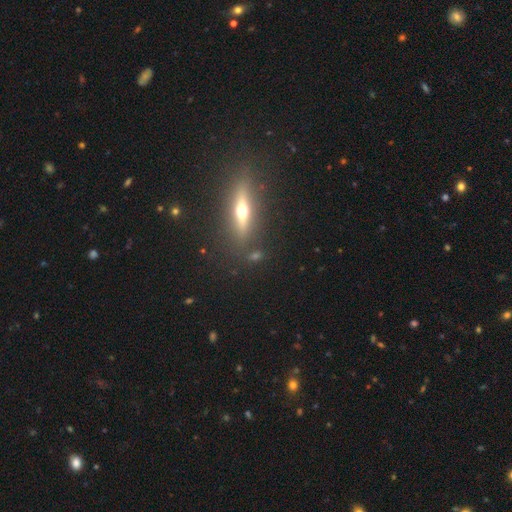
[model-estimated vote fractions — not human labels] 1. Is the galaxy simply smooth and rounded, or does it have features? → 57% featured or disk, 30% smooth, 13% star or artifact.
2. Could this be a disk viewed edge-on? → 88% yes, 12% no.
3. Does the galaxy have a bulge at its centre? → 95% rounded, 3% none, 2% boxy.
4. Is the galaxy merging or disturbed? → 84% none, 9% minor disturbance, 4% merger, 3% major disturbance.